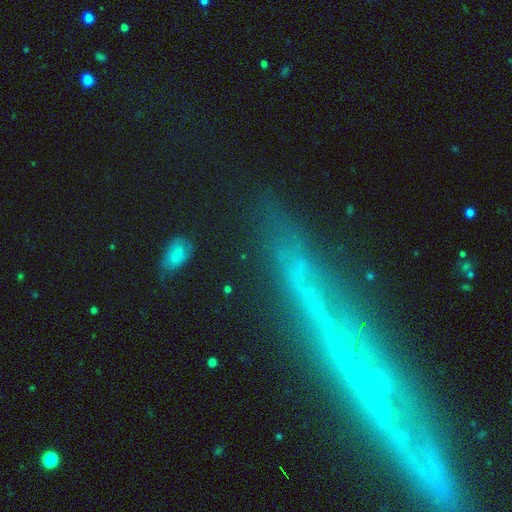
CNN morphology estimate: smooth_or_featured: featured or disk (p=0.54) [alt: smooth p=0.23]
disk_edge_on: yes (p=0.82) [alt: no p=0.18]
merging: none (p=0.77) [alt: minor disturbance p=0.13]